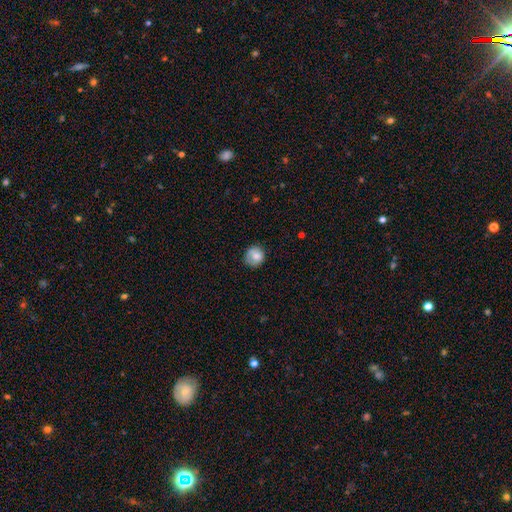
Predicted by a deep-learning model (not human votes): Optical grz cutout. It shows a smooth galaxy with no disk features (75%) that is round (87%). Merging: none (73%).